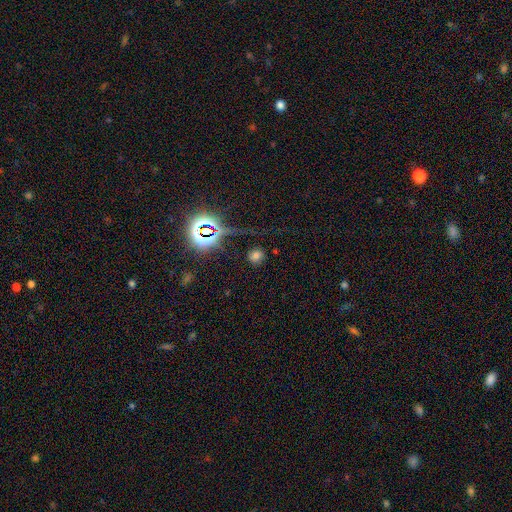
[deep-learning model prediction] Q: Smooth or featured?
A: smooth (60%); runner-up: star or artifact (32%)
Q: How rounded?
A: round (81%); runner-up: in between (18%)
Q: Merging?
A: none (79%); runner-up: minor disturbance (11%)